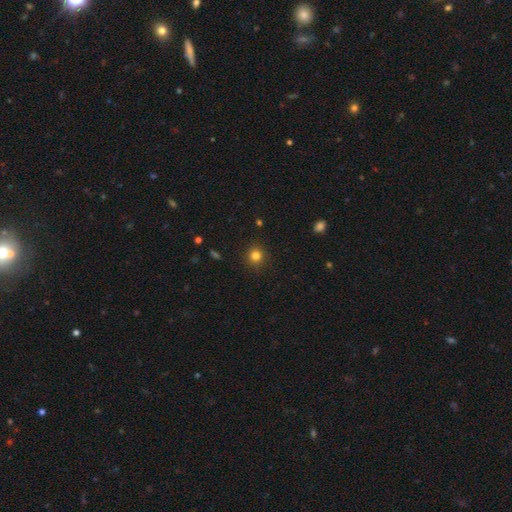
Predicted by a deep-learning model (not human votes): This appears to be a smooth galaxy with no disk features (81%) that is round (89%). Merging: none (90%).